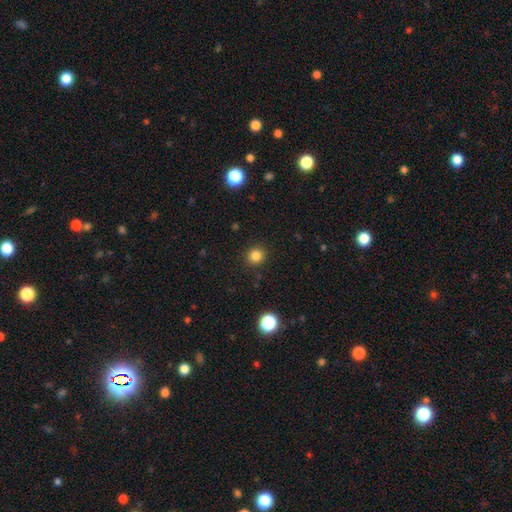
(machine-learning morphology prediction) smooth_or_featured: smooth (p=0.83) [alt: star or artifact p=0.13]
how_rounded: round (p=0.87) [alt: in between p=0.12]
merging: none (p=0.91) [alt: minor disturbance p=0.06]